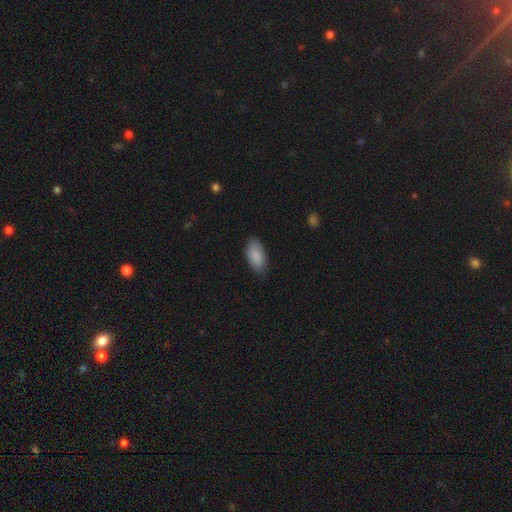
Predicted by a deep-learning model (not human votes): Smooth or featured? Predicted: smooth (p=0.87). How rounded? Predicted: in between (p=0.93). Merging? Predicted: none (p=0.79).